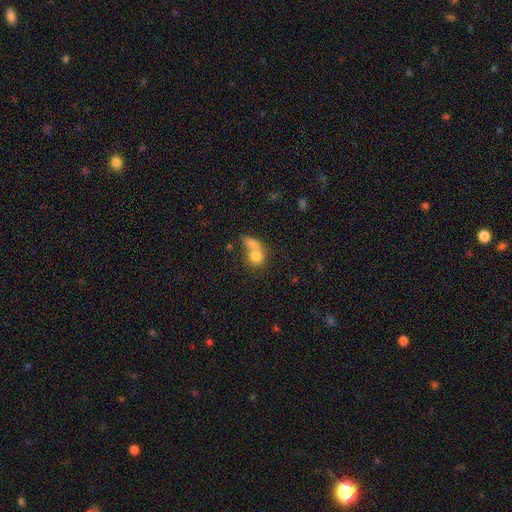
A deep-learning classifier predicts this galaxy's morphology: smooth_or_featured: smooth (p=0.77) [alt: featured or disk p=0.14]
how_rounded: round (p=0.65) [alt: in between p=0.33]
merging: merger (p=0.60) [alt: none p=0.27]